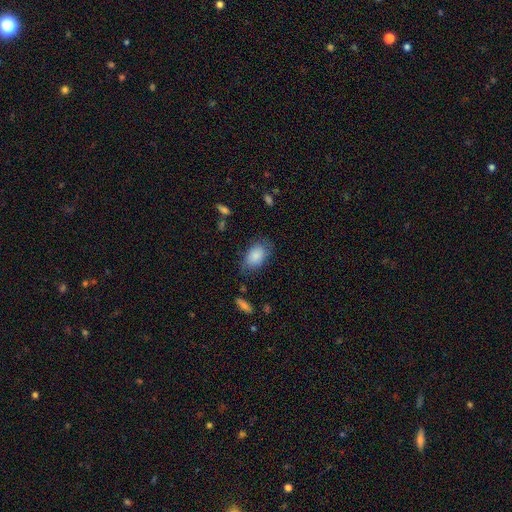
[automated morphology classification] Smooth or featured?
  - smooth: 84% *
  - featured or disk: 9%
  - star or artifact: 7%
How rounded?
  - in between: 89% *
  - round: 9%
  - cigar-shaped: 2%
Merging?
  - none: 69% *
  - minor disturbance: 21%
  - major disturbance: 8%
  - merger: 2%